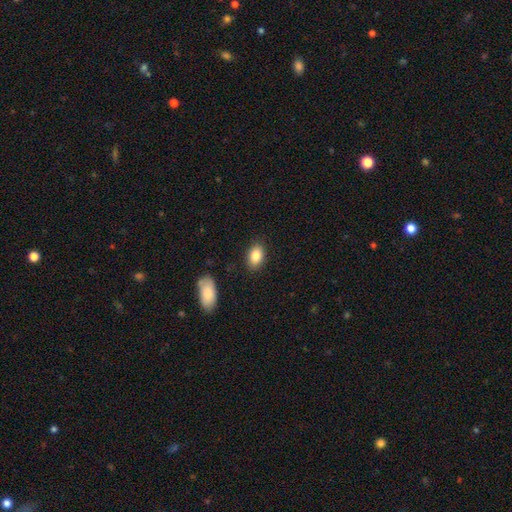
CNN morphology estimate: type=smooth (85%); roundness=in between (86%); merging=none (86%).